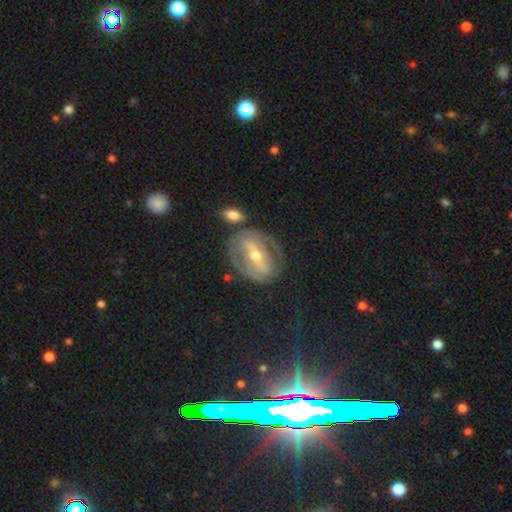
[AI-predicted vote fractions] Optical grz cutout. It shows a featured or disk galaxy (76%) with a strong bar (58%), spiral arms (61%) and a moderate central bulge (60%). Merging: none (69%).